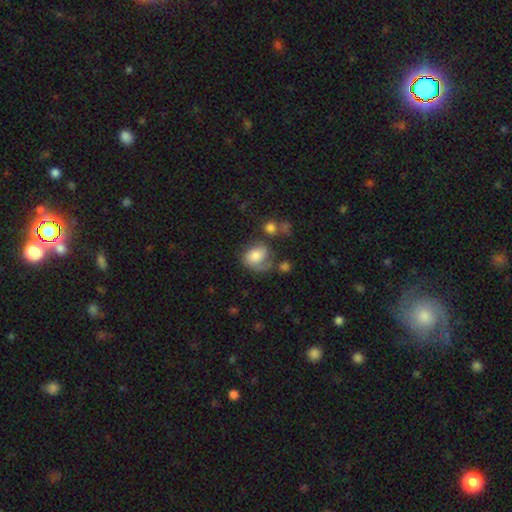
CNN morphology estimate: Smooth or featured: smooth — 61% (featured or disk — 30%)
How rounded: in between — 50% (round — 48%)
Merging: none — 38% (major disturbance — 26%)